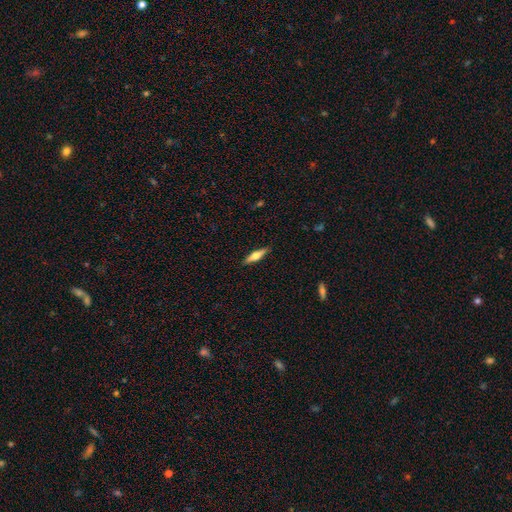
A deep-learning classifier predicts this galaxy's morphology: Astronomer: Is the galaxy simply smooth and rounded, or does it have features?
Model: featured or disk — 48% (runner-up: smooth, 46%).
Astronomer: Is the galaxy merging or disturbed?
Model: none — 89%.